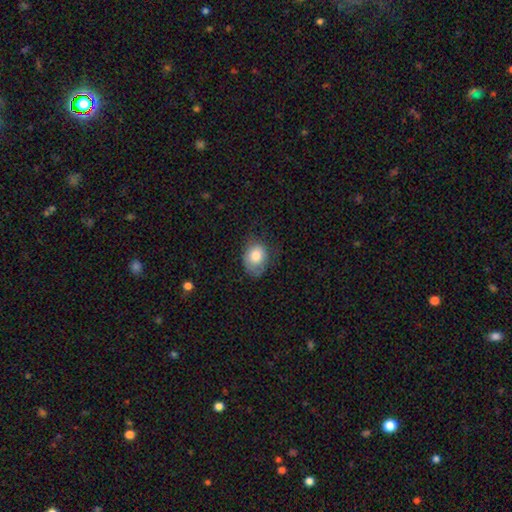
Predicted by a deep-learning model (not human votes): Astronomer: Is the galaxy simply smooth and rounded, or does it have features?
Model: smooth — 79%.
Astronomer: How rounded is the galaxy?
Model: in between — 62%.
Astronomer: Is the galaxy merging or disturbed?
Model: none — 56%.